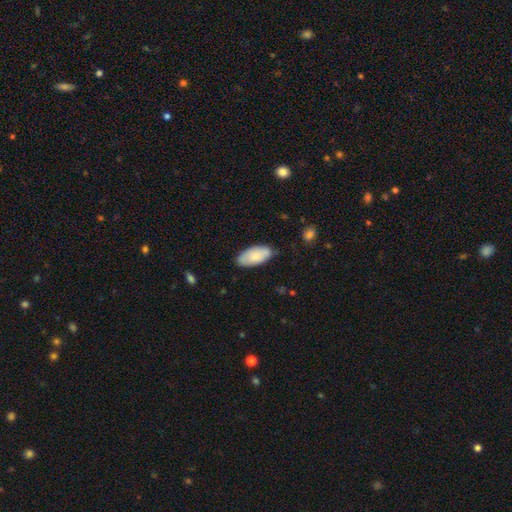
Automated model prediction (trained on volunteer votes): smooth-or-featured: smooth: 78% | featured or disk: 16% | star or artifact: 6%
  how-rounded: in between: 93% | cigar-shaped: 5% | round: 2%
  merging: none: 75% | minor disturbance: 20% | major disturbance: 3% | merger: 2%